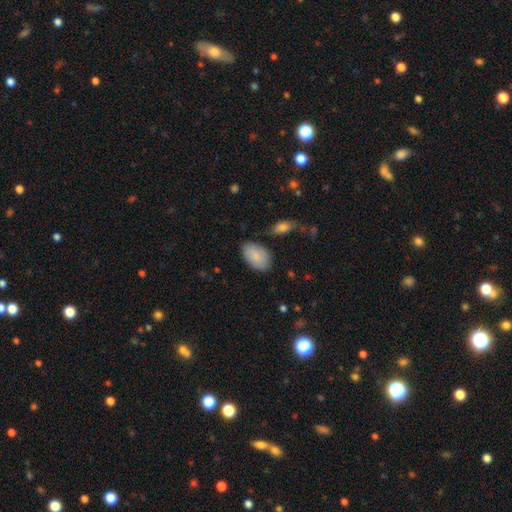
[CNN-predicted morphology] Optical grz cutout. It shows a smooth galaxy with no disk features (84%) that is in between round and cigar-shaped (92%). Merging: none (77%).